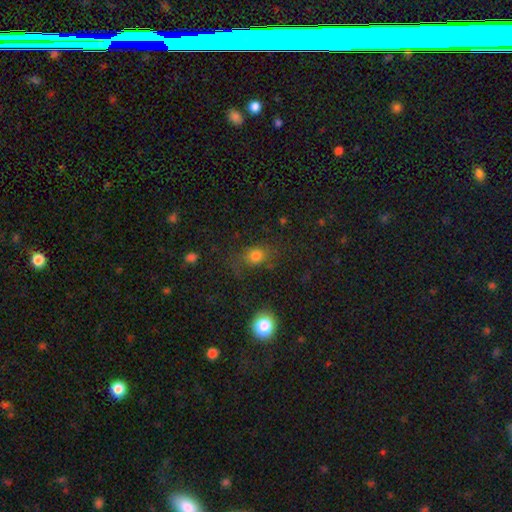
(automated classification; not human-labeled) A smooth galaxy with no disk features (74%) that is round (50%). Merging: none (64%).